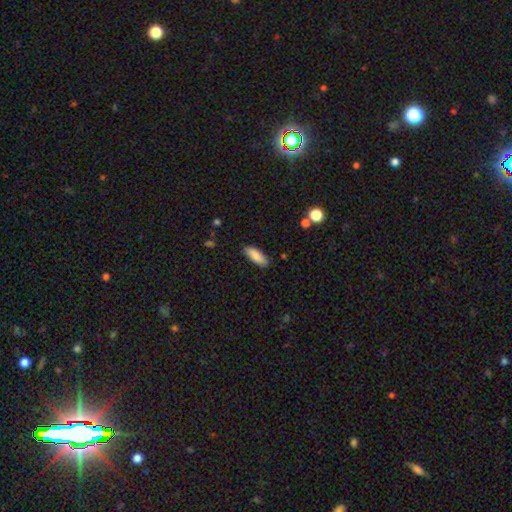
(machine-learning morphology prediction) Smooth or featured? smooth (84%)
How rounded? in between (66%)
Merging? none (86%)